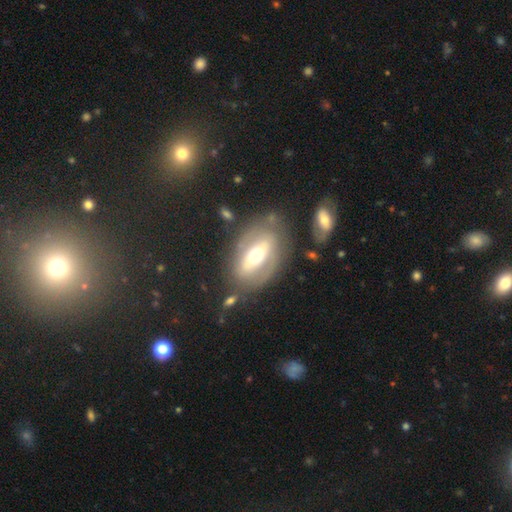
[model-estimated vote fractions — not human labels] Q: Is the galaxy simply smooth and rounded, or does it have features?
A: featured or disk — 66%.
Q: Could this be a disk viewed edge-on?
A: no — 87%.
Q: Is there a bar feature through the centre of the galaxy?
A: strong — 50%.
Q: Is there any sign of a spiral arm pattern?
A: no — 54%.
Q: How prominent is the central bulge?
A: moderate — 69%.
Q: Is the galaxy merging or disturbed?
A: none — 70%.